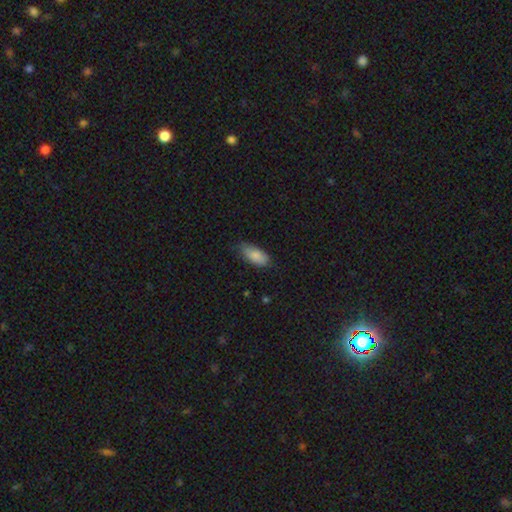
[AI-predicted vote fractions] Q: Smooth or featured?
A: smooth (86%); runner-up: featured or disk (7%)
Q: How rounded?
A: in between (89%); runner-up: cigar-shaped (9%)
Q: Merging?
A: none (64%); runner-up: minor disturbance (29%)